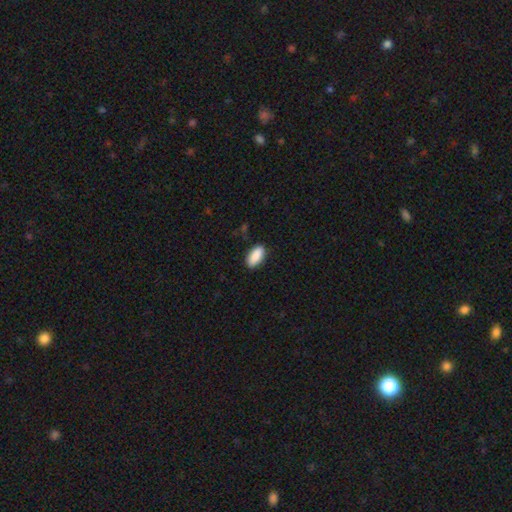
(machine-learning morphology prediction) This appears to be a smooth galaxy with no disk features (90%) that is in between round and cigar-shaped (89%). Merging: none (87%).